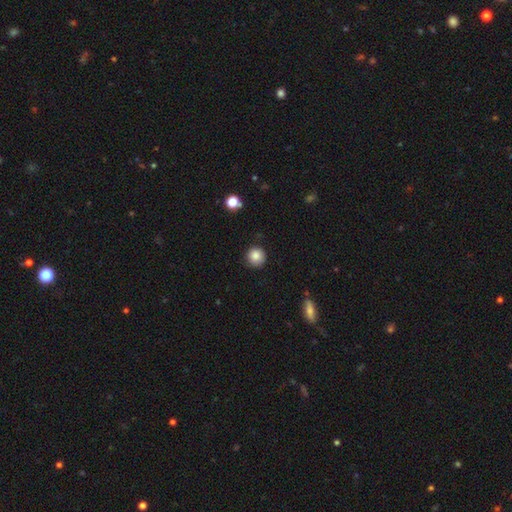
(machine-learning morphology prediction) This appears to be a smooth galaxy with no disk features (86%) that is round (94%). Merging: none (86%).